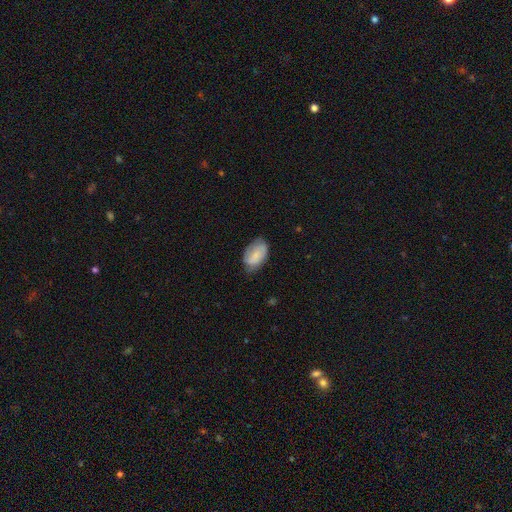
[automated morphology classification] smooth_or_featured: smooth (p=0.68) [alt: featured or disk p=0.25]
how_rounded: in between (p=0.90) [alt: round p=0.09]
merging: none (p=0.62) [alt: minor disturbance p=0.29]